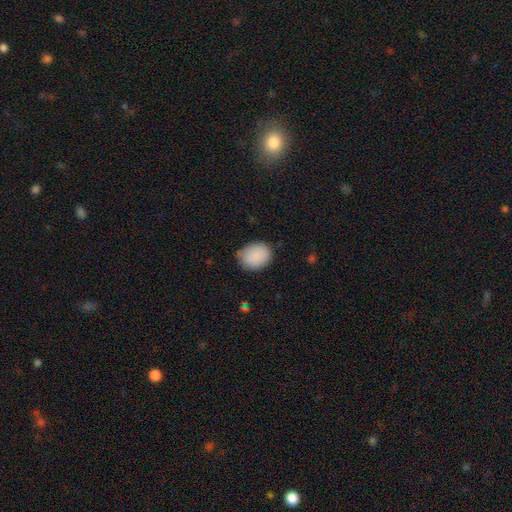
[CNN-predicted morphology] A smooth galaxy with no disk features (88%) that is in between round and cigar-shaped (54%).

Vote fractions:
- Smooth or featured? smooth: 88% / star or artifact: 7% / featured or disk: 5%
- How rounded? in between: 54% / round: 45% / cigar-shaped: 1%
- Merging? none: 74% / minor disturbance: 20% / major disturbance: 4% / merger: 2%